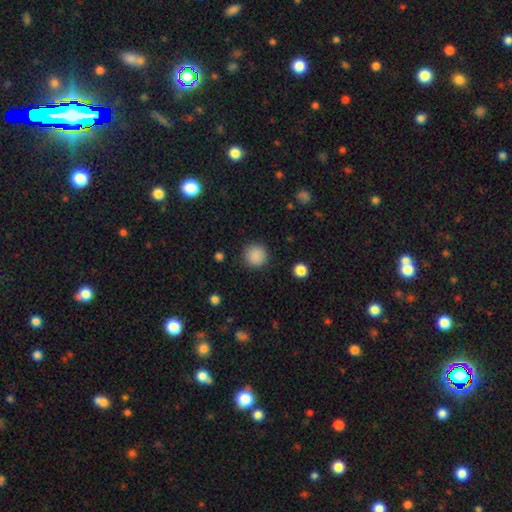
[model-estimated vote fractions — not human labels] A smooth galaxy with no disk features (88%) that is round (94%).

Vote fractions:
- Smooth or featured? smooth: 88% / star or artifact: 10% / featured or disk: 3%
- How rounded? round: 94% / in between: 5% / cigar-shaped: 1%
- Merging? none: 90% / minor disturbance: 7% / major disturbance: 3% / merger: 1%